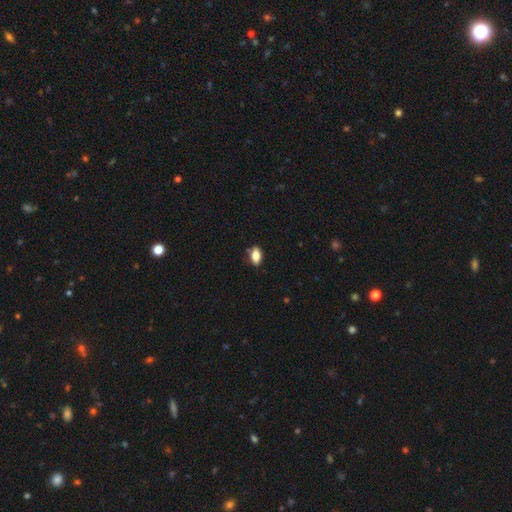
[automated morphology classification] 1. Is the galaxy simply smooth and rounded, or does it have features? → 84% smooth, 8% star or artifact, 8% featured or disk.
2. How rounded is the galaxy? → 90% in between, 7% round, 4% cigar-shaped.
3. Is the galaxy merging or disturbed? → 82% none, 14% minor disturbance, 2% major disturbance, 2% merger.